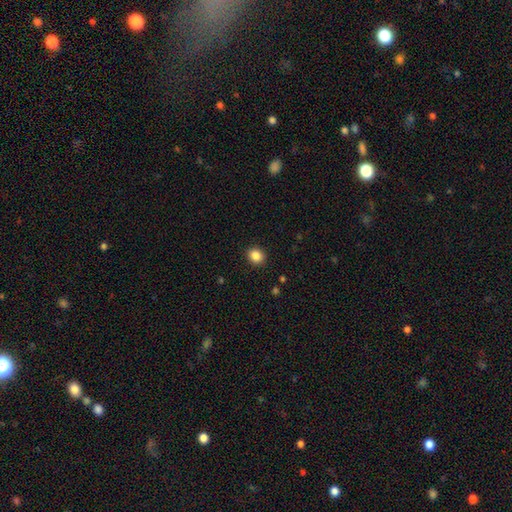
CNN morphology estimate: Smooth or featured: smooth — 87% (star or artifact — 10%)
How rounded: round — 70% (in between — 30%)
Merging: none — 91% (minor disturbance — 6%)